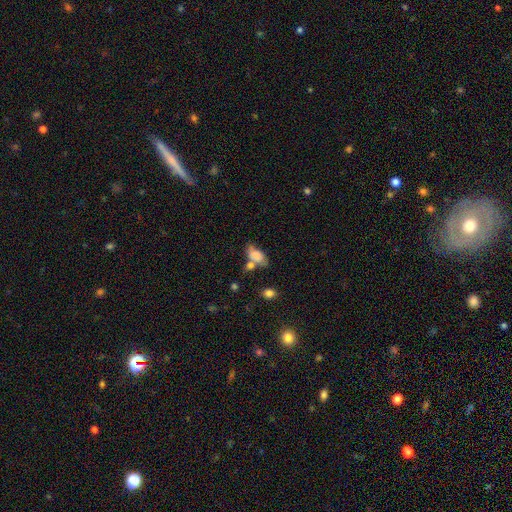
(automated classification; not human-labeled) This appears to be a smooth galaxy with no disk features (77%) that is in between round and cigar-shaped (89%). Merging: none (37%).